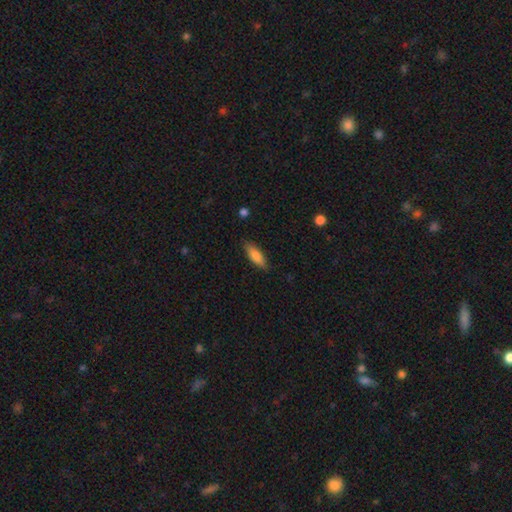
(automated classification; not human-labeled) A smooth galaxy with no disk features (80%) that is in between round and cigar-shaped (55%).

Vote fractions:
- Smooth or featured? smooth: 80% / featured or disk: 14% / star or artifact: 6%
- How rounded? in between: 55% / cigar-shaped: 43% / round: 2%
- Merging? none: 86% / minor disturbance: 11% / major disturbance: 2% / merger: 1%